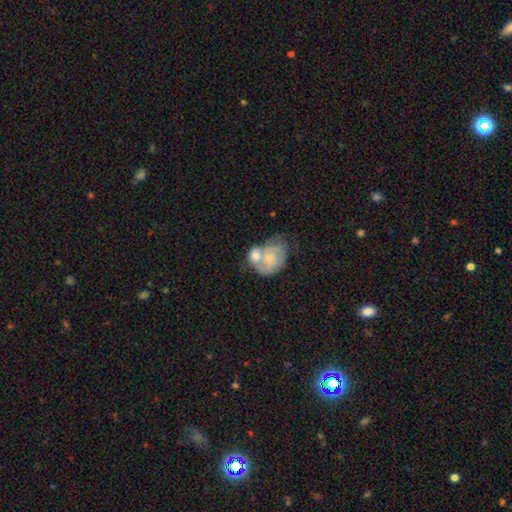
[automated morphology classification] This appears to be a featured or disk galaxy (60%) with no bar (76%), spiral arms (75%) and a small central bulge (53%). Merging: merger (58%).